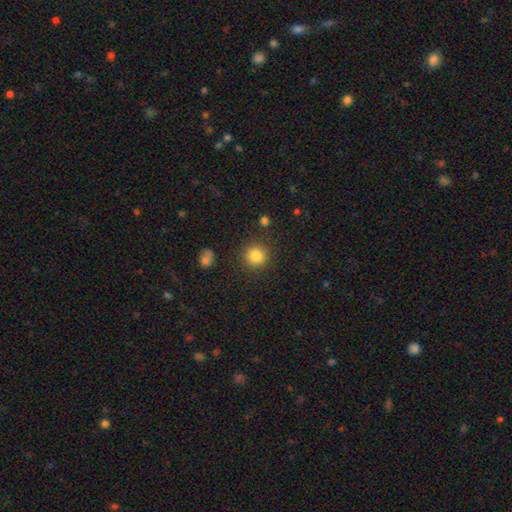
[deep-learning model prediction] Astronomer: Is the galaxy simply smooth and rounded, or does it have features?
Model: smooth — 84%.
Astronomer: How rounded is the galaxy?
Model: round — 94%.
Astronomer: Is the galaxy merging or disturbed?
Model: none — 89%.